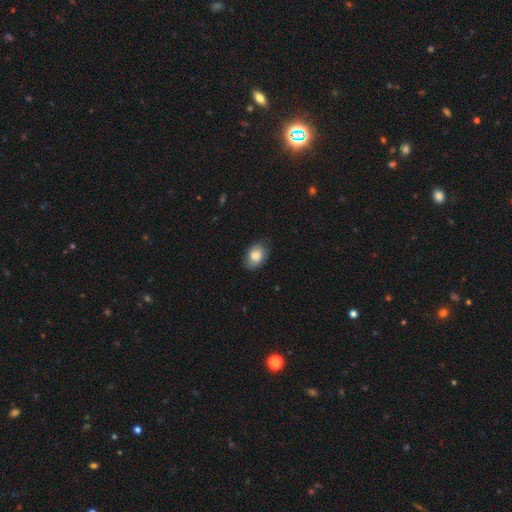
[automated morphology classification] Q: Smooth or featured?
A: smooth (82%); runner-up: featured or disk (11%)
Q: How rounded?
A: in between (81%); runner-up: round (18%)
Q: Merging?
A: none (75%); runner-up: minor disturbance (20%)